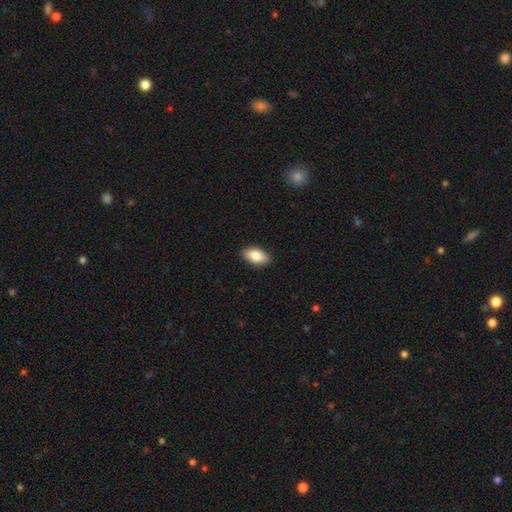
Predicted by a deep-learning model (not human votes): Smooth or featured: smooth — 85% (featured or disk — 9%)
How rounded: in between — 92% (round — 4%)
Merging: none — 89% (minor disturbance — 8%)